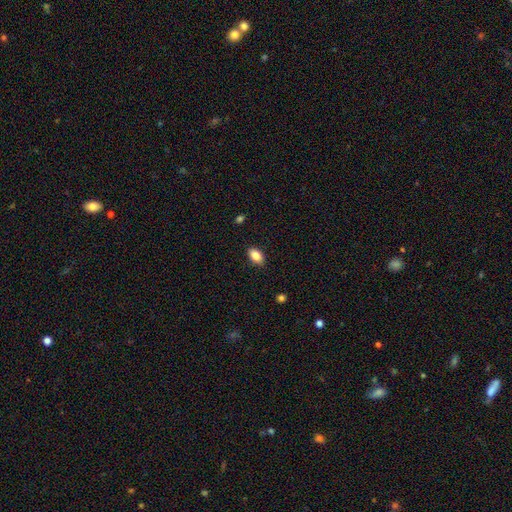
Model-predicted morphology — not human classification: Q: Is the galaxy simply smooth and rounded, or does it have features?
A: smooth — 85%.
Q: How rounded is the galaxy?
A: in between — 90%.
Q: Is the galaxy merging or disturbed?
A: none — 88%.